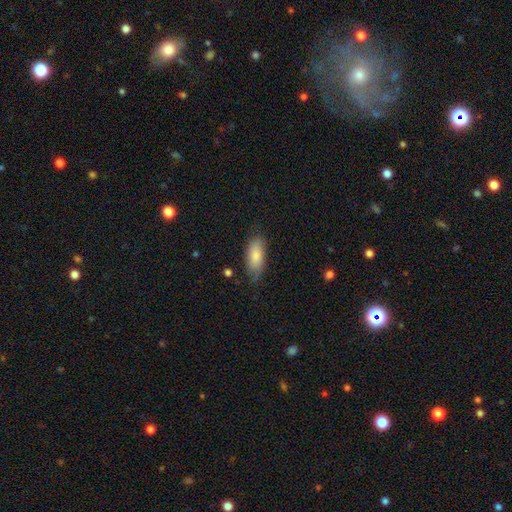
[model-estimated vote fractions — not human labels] Smooth or featured: smooth — 77% (featured or disk — 16%)
How rounded: in between — 86% (cigar-shaped — 12%)
Merging: none — 68% (minor disturbance — 25%)